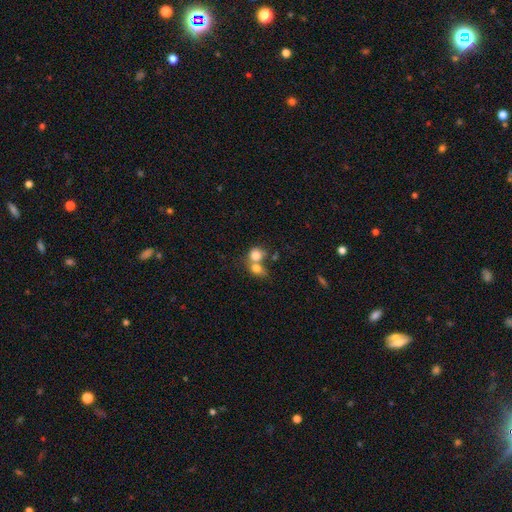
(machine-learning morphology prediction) This is likely a smooth galaxy (77%). How rounded: likely round (65%). Merging: likely merger (61%).